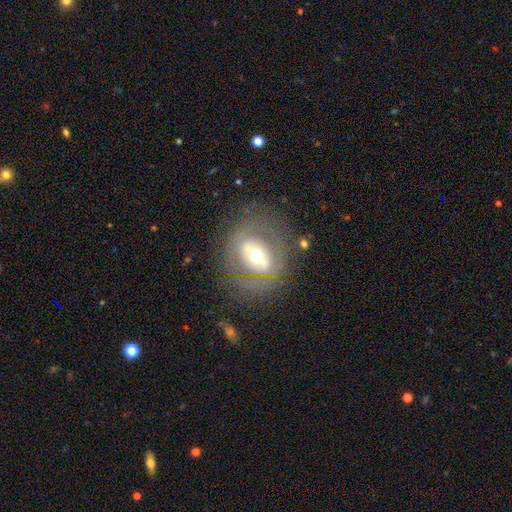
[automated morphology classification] type=featured or disk (66%); edge-on=no (92%); bar=strong (36%); spiral arms=no (64%); bulge=moderate (66%); merging=none (68%).